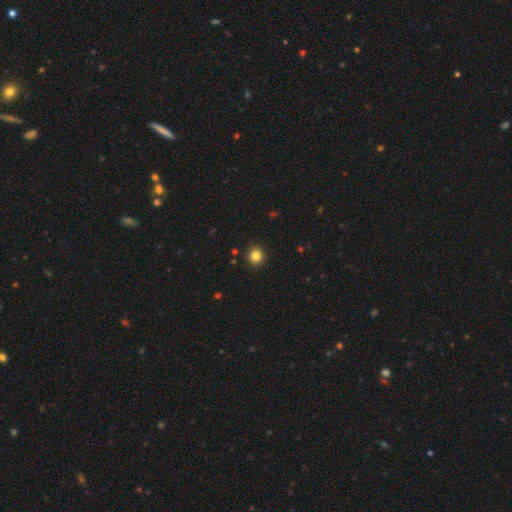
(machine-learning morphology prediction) A smooth galaxy with no disk features (83%) that is round (88%). Merging: none (91%).